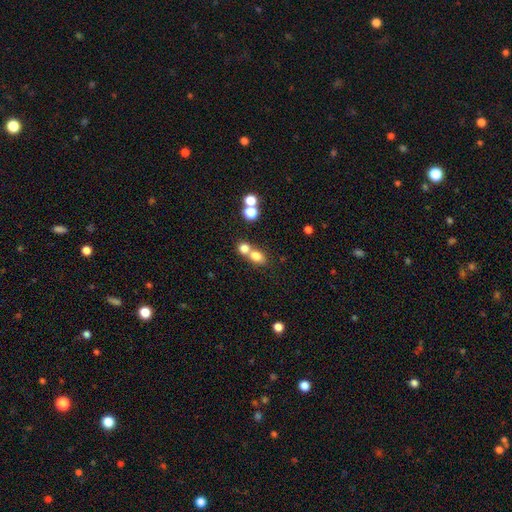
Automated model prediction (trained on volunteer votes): A smooth galaxy with no disk features (76%) that is in between round and cigar-shaped (53%).

Vote fractions:
- Smooth or featured? smooth: 76% / star or artifact: 13% / featured or disk: 11%
- How rounded? in between: 53% / round: 45% / cigar-shaped: 2%
- Merging? merger: 49% / none: 40% / minor disturbance: 7% / major disturbance: 4%